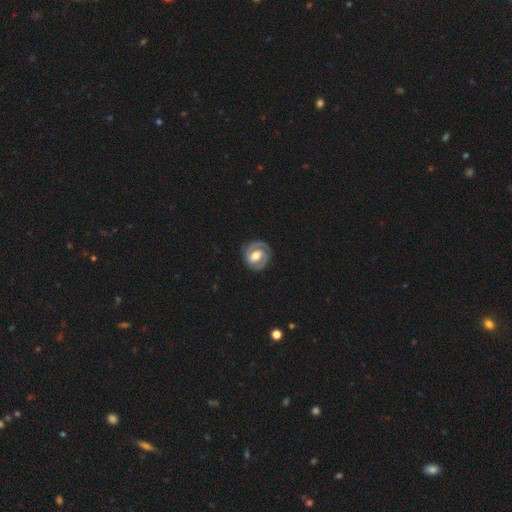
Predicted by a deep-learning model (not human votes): Smooth or featured? Predicted: featured or disk (p=0.85). Edge-on disk? Predicted: no (p=0.98). Bar? Predicted: weak (p=0.47). Spiral arms? Predicted: yes (p=0.93). Spiral winding? Predicted: tight (p=0.61). Spiral arm count? Predicted: 2 (p=0.86). Bulge size? Predicted: moderate (p=0.65). Merging? Predicted: none (p=0.82).